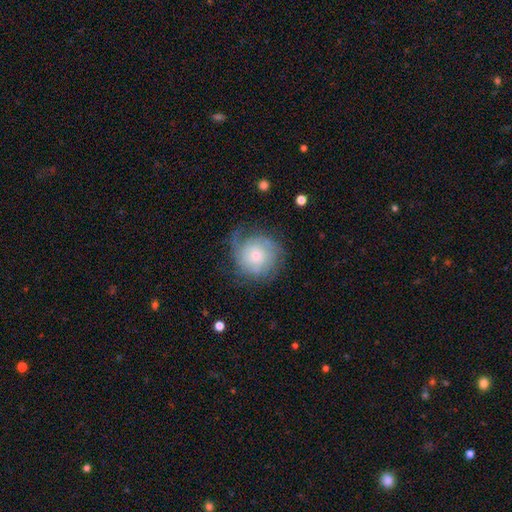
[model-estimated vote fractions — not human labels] Smooth or featured?
  - featured or disk: 65% *
  - smooth: 28%
  - star or artifact: 7%
Edge-on disk?
  - no: 98% *
  - yes: 2%
Bar?
  - no: 79% *
  - weak: 18%
  - strong: 3%
Spiral arms?
  - yes: 88% *
  - no: 12%
Spiral winding?
  - tight: 60% *
  - medium: 28%
  - loose: 13%
Spiral arm count?
  - can't tell: 43% *
  - 2: 24%
  - 3: 14%
  - 1: 8%
  - 4: 6%
  - more than 4: 5%
Bulge size?
  - small: 59% *
  - moderate: 34%
  - large: 4%
  - none: 2%
  - dominant: 1%
Merging?
  - none: 62% *
  - minor disturbance: 21%
  - major disturbance: 15%
  - merger: 1%